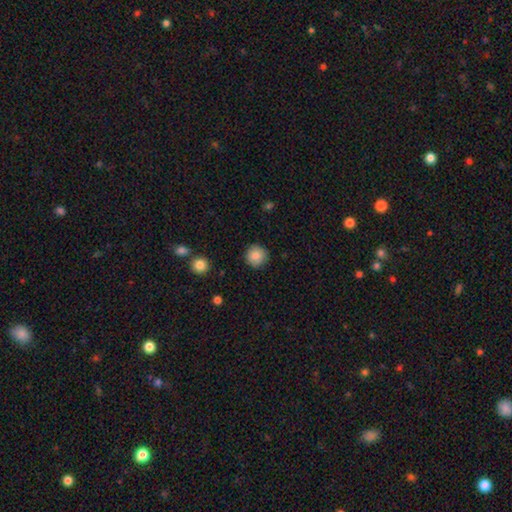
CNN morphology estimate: Q: Smooth or featured?
A: smooth (87%); runner-up: star or artifact (8%)
Q: How rounded?
A: round (94%); runner-up: in between (5%)
Q: Merging?
A: none (90%); runner-up: minor disturbance (7%)